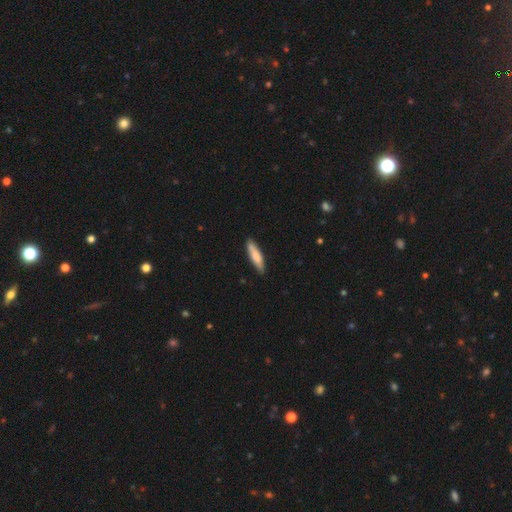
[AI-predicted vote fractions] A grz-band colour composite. It shows a smooth galaxy with no disk features (78%) that is cigar-shaped (77%). Merging: none (85%).